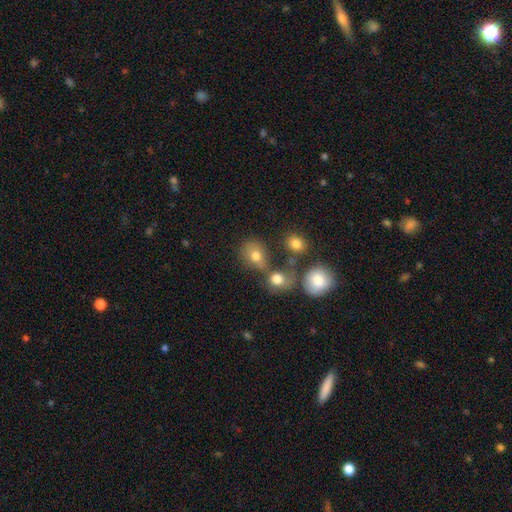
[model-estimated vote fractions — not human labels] Smooth or featured: smooth — 76% (star or artifact — 13%)
How rounded: round — 61% (in between — 38%)
Merging: none — 47% (merger — 31%)